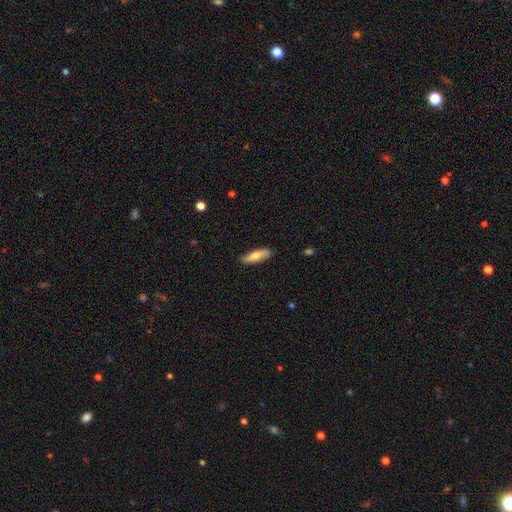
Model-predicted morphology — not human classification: Smooth or featured: smooth — 68% (featured or disk — 27%)
How rounded: cigar-shaped — 54% (in between — 44%)
Merging: none — 86% (minor disturbance — 11%)